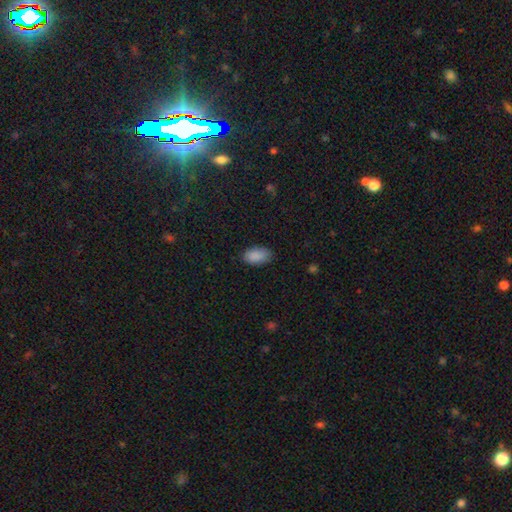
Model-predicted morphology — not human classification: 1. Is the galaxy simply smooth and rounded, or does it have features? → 89% smooth, 7% star or artifact, 4% featured or disk.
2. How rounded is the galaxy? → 94% in between, 4% round, 2% cigar-shaped.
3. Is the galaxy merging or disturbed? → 81% none, 15% minor disturbance, 3% major disturbance, 1% merger.